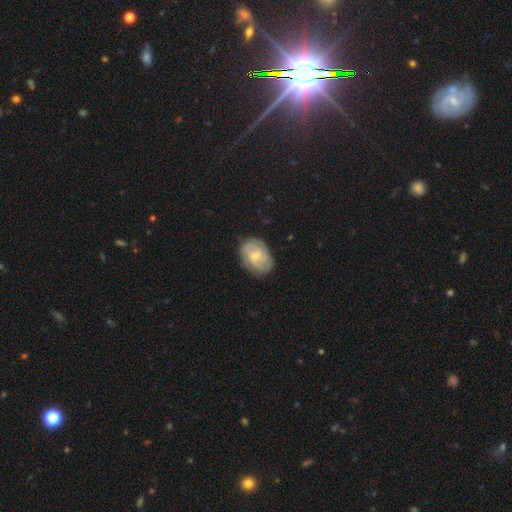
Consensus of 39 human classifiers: This is likely a featured or disk galaxy (77%). It is clearly not viewed edge-on (100%). Bar: possibly weak (50%). Spiral arm pattern: clearly yes (93%). Spiral arm count: marginally 2 (43%). Spiral winding: possibly medium (50%). Central bulge: marginally moderate (43%, tied with small). Merging: likely none (76%).